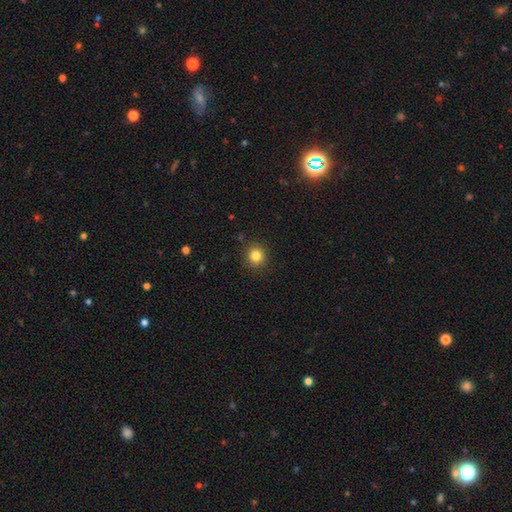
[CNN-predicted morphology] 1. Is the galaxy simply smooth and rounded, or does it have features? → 83% smooth, 11% star or artifact, 6% featured or disk.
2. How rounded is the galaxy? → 92% round, 7% in between, 1% cigar-shaped.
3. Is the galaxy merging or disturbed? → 90% none, 6% minor disturbance, 2% major disturbance, 1% merger.